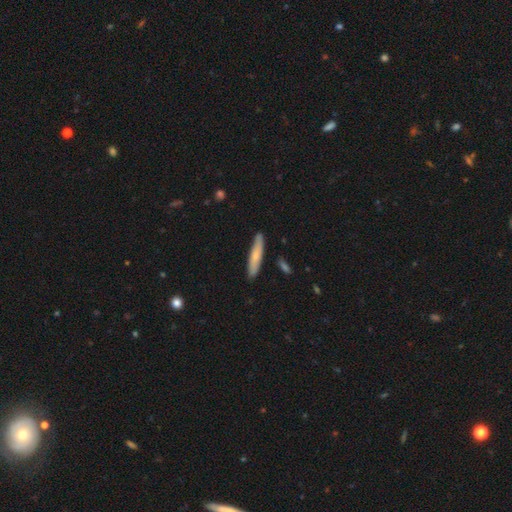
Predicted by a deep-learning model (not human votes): The model was most divided on "smooth or featured": smooth: 68%, featured or disk: 26%, star or artifact: 6%. More confident: how rounded — cigar-shaped (88%); merging — none (86%).